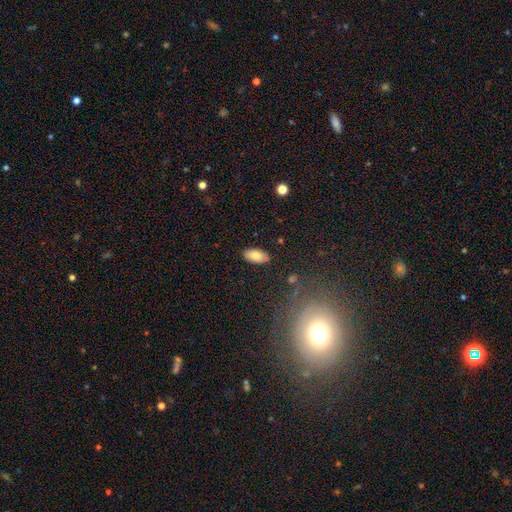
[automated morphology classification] The model was most divided on "smooth or featured": smooth: 81%, featured or disk: 11%, star or artifact: 8%. More confident: how rounded — in between (93%); merging — none (86%).